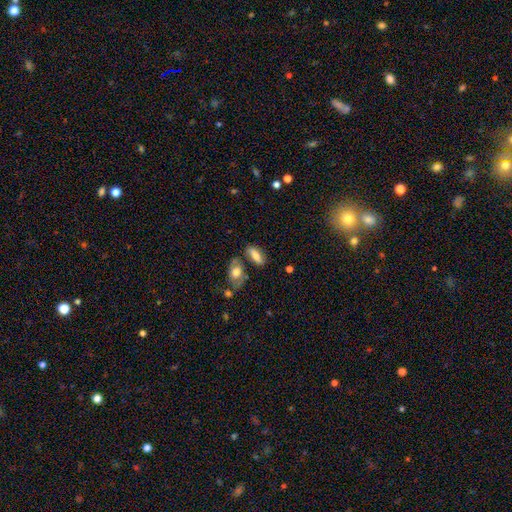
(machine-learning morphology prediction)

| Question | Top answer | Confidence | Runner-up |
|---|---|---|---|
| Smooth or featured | smooth | 71% | featured or disk (21%) |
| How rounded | in between | 77% | cigar-shaped (20%) |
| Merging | none | 63% | minor disturbance (17%) |